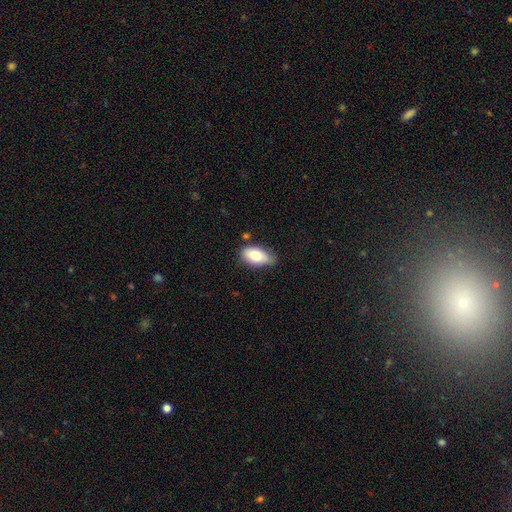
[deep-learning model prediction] The model was most divided on "merging": none: 68%, minor disturbance: 25%, major disturbance: 4%, merger: 3%. More confident: how rounded — in between (92%); smooth or featured — smooth (79%).